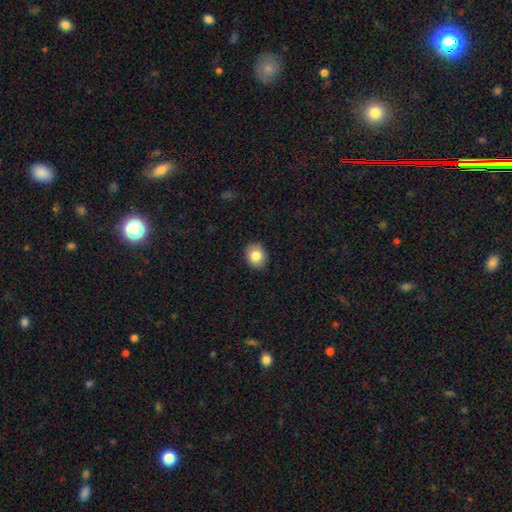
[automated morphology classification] smooth-or-featured: smooth: 83% | star or artifact: 9% | featured or disk: 9%
  how-rounded: round: 62% | in between: 37% | cigar-shaped: 1%
  merging: none: 91% | minor disturbance: 7% | major disturbance: 2% | merger: 1%